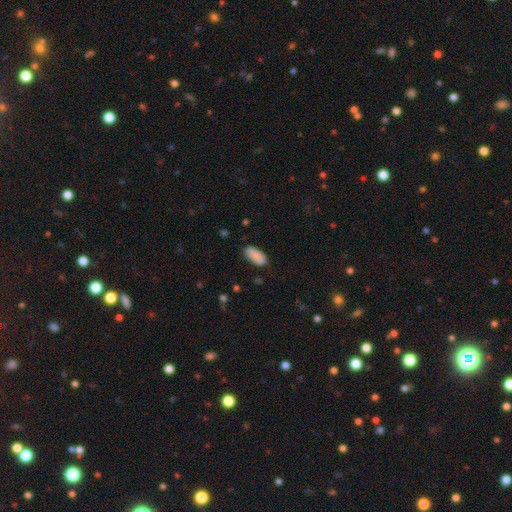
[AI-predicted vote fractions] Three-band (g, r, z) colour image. It shows a smooth galaxy with no disk features (88%) that is in between round and cigar-shaped (90%). Merging: none (79%).